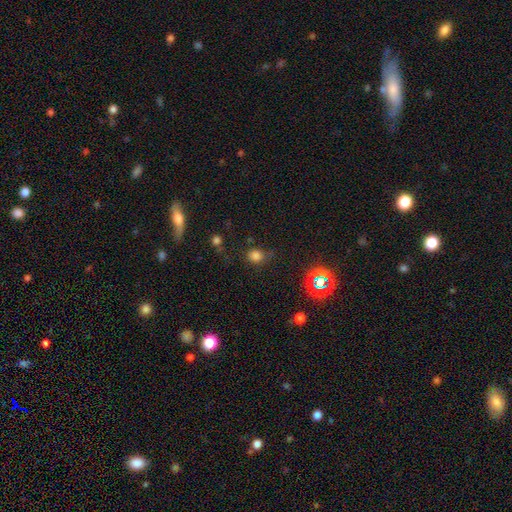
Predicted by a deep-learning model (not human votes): Smooth or featured?
  - smooth: 75% *
  - star or artifact: 19%
  - featured or disk: 6%
How rounded?
  - round: 77% *
  - in between: 21%
  - cigar-shaped: 1%
Merging?
  - none: 70% *
  - minor disturbance: 18%
  - major disturbance: 8%
  - merger: 4%